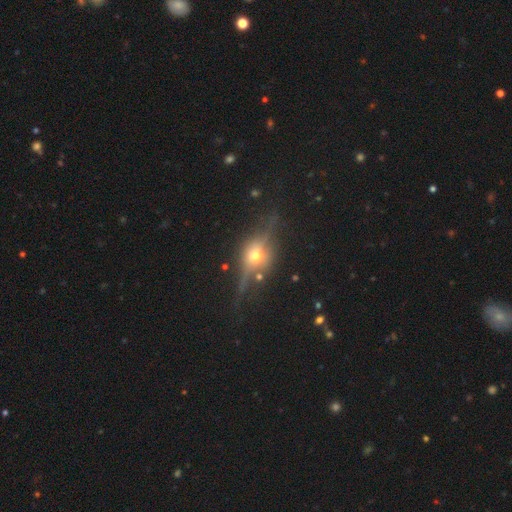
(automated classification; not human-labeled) Smooth or featured? featured or disk (75%)
Edge-on disk? yes (90%)
Edge-on bulge? rounded (95%)
Merging? none (75%)